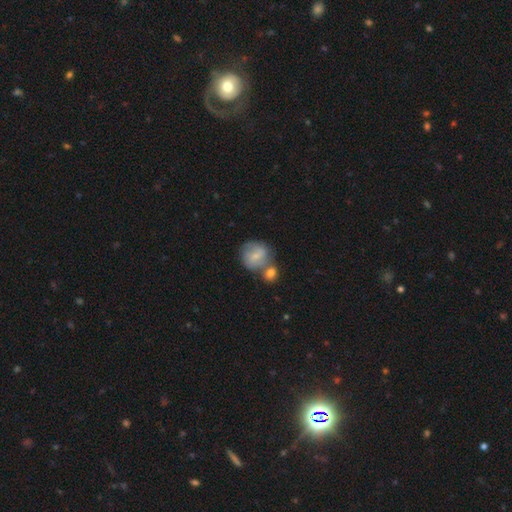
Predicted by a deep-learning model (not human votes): A smooth galaxy with no disk features (54%) that is round (82%).

Vote fractions:
- Smooth or featured? smooth: 54% / featured or disk: 39% / star or artifact: 7%
- How rounded? round: 82% / in between: 16% / cigar-shaped: 1%
- Merging? merger: 45% / none: 38% / minor disturbance: 13% / major disturbance: 5%